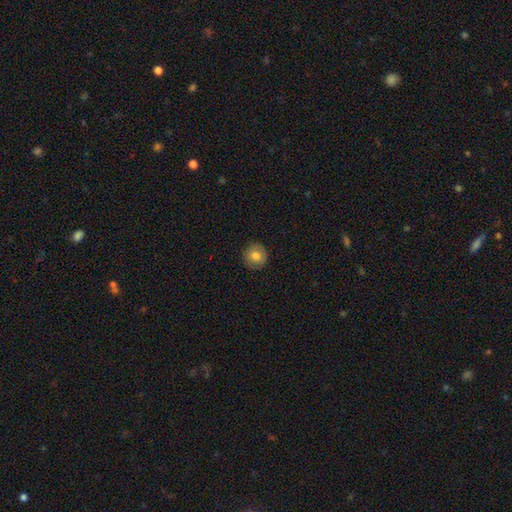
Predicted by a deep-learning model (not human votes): Smooth or featured?
  - smooth: 78% *
  - featured or disk: 13%
  - star or artifact: 9%
How rounded?
  - round: 92% *
  - in between: 7%
  - cigar-shaped: 1%
Merging?
  - none: 89% *
  - minor disturbance: 8%
  - major disturbance: 2%
  - merger: 1%